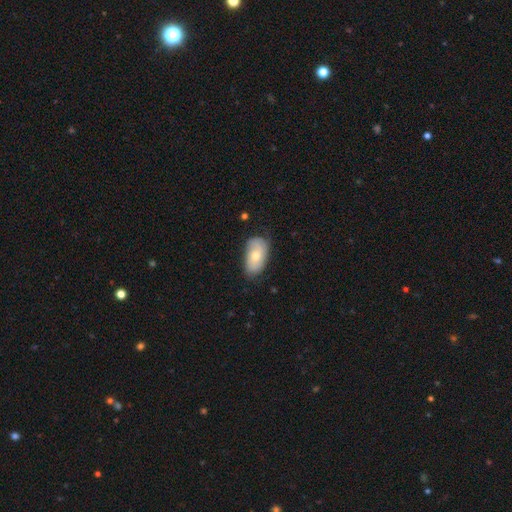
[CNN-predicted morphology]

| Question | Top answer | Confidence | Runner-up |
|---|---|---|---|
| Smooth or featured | smooth | 64% | featured or disk (30%) |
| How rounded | in between | 93% | round (5%) |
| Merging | none | 67% | minor disturbance (26%) |